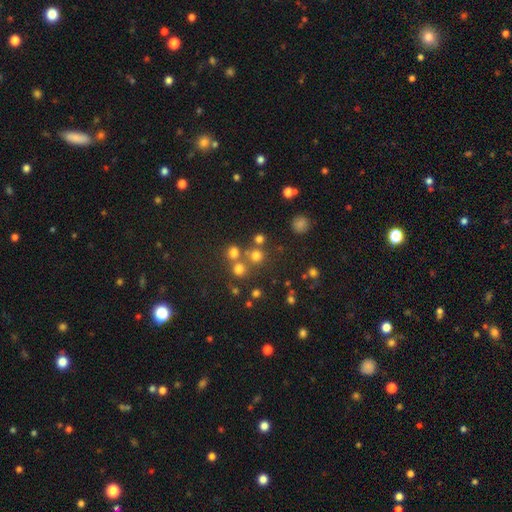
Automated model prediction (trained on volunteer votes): smooth 64%, star or artifact 27%, featured or disk 10%. Down the decision tree: how rounded — round (91%); merging — none (66%).